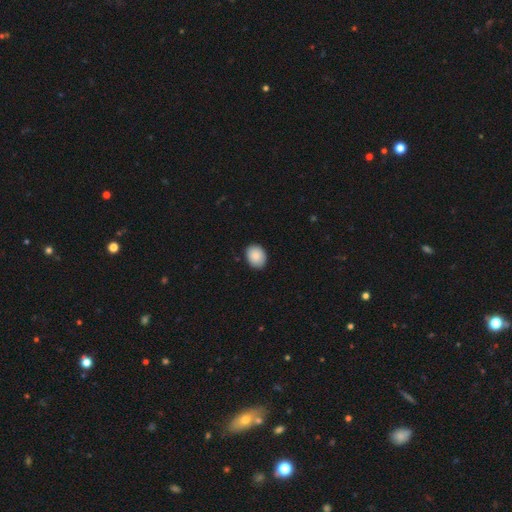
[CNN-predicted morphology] smooth_or_featured: smooth (p=0.89) [alt: star or artifact p=0.07]
how_rounded: in between (p=0.60) [alt: round p=0.39]
merging: none (p=0.88) [alt: minor disturbance p=0.09]